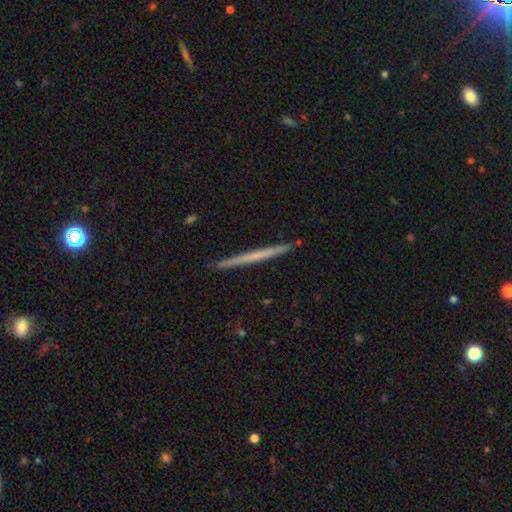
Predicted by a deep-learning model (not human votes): This is possibly a featured or disk galaxy (56%). It is clearly viewed edge-on (98%). Edge-on bulge: clearly none (85%). Merging: clearly none (93%).